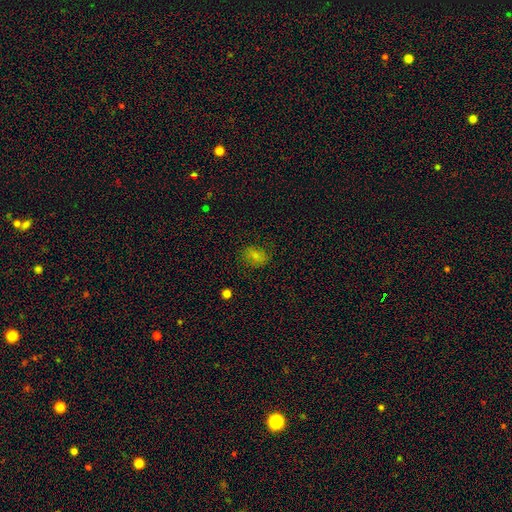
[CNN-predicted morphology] A smooth galaxy with no disk features (63%) that is in between round and cigar-shaped (61%).

Vote fractions:
- Smooth or featured? smooth: 63% / star or artifact: 23% / featured or disk: 15%
- How rounded? in between: 61% / round: 37% / cigar-shaped: 2%
- Merging? none: 79% / minor disturbance: 15% / major disturbance: 5% / merger: 1%